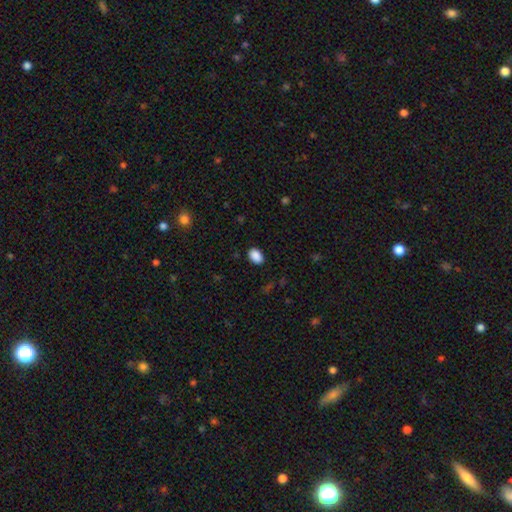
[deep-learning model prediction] Q: Smooth or featured?
A: smooth (89%); runner-up: star or artifact (8%)
Q: How rounded?
A: in between (84%); runner-up: round (15%)
Q: Merging?
A: none (88%); runner-up: minor disturbance (9%)